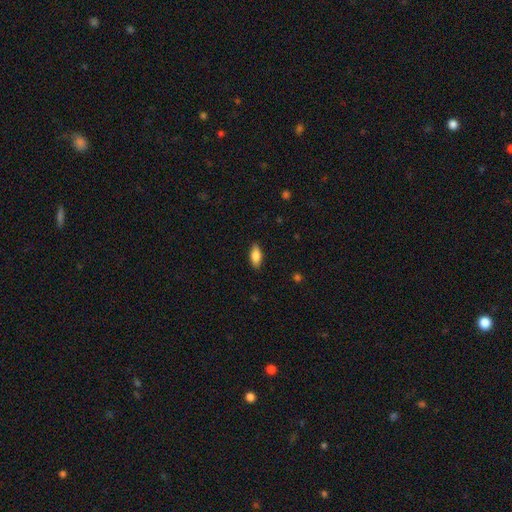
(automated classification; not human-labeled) This appears to be a smooth galaxy with no disk features (85%) that is in between round and cigar-shaped (84%). Merging: none (88%).